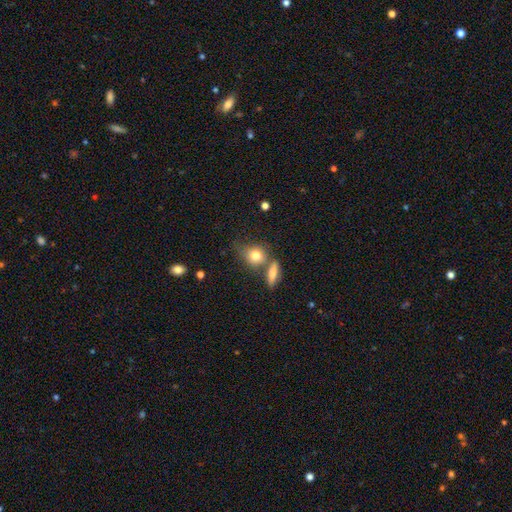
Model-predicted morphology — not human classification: Smooth or featured? Predicted: smooth (p=0.80). How rounded? Predicted: round (p=0.61). Merging? Predicted: none (p=0.48).